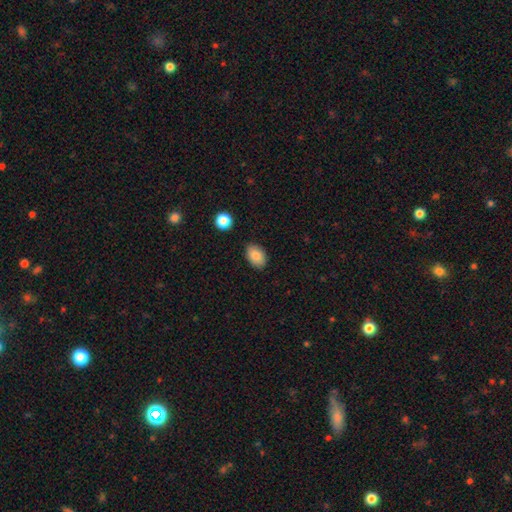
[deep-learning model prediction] smooth 85%, star or artifact 8%, featured or disk 7%. Down the decision tree: how rounded — in between (86%); merging — none (84%).